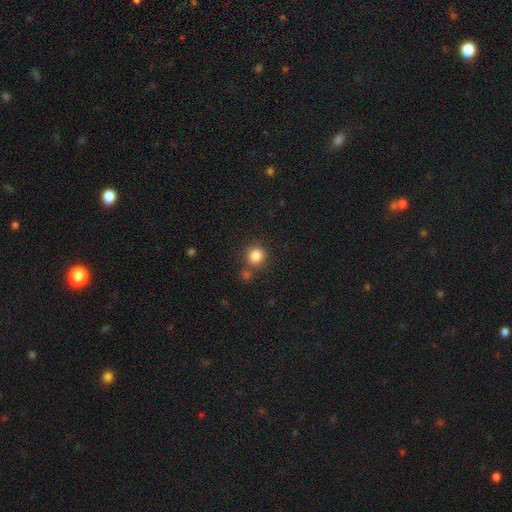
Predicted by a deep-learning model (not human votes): Overall: smooth (84%). How rounded: round (92%). Merging: none (74%).